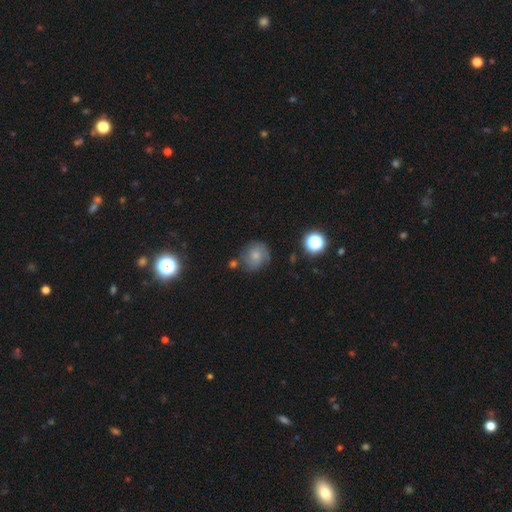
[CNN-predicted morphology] Smooth or featured: smooth — 52% (featured or disk — 36%)
How rounded: round — 80% (in between — 19%)
Merging: none — 63% (minor disturbance — 22%)